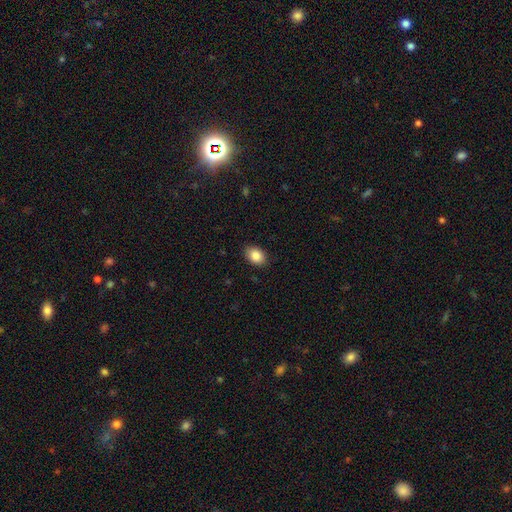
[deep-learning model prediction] Morphology: type=smooth (87%); roundness=in between (77%); merging=none (87%).